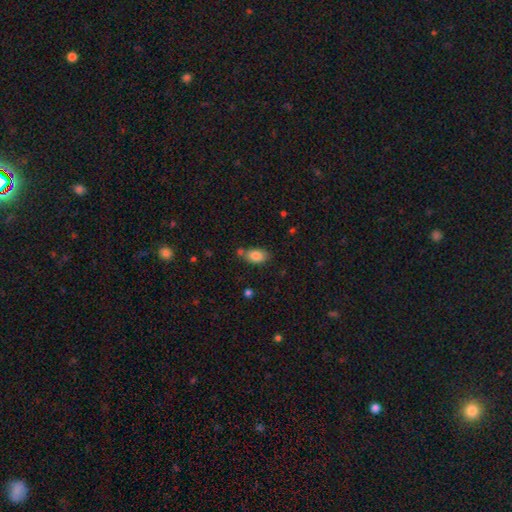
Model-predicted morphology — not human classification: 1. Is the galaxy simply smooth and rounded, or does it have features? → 83% smooth, 9% featured or disk, 8% star or artifact.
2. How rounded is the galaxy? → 90% in between, 8% round, 2% cigar-shaped.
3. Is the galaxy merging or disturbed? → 63% none, 19% minor disturbance, 13% merger, 4% major disturbance.